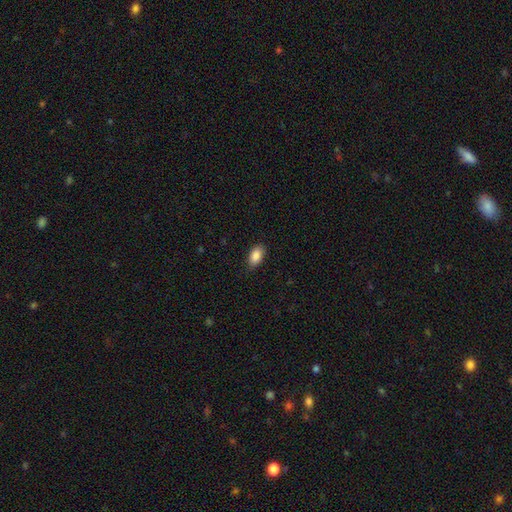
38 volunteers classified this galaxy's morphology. type=smooth (89%); roundness=in between (88%); merging=none (71%).